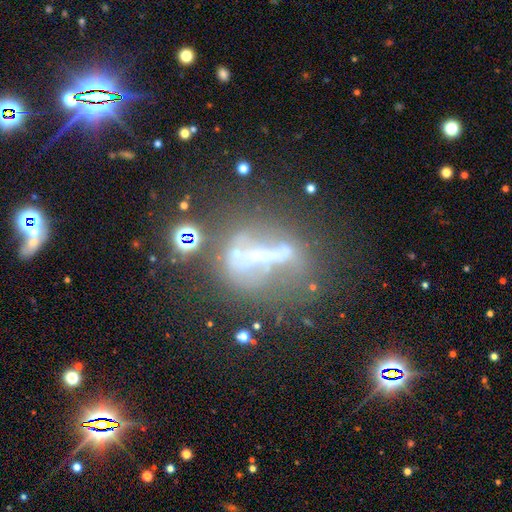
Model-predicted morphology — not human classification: The model was most divided on "merging": none: 43%, major disturbance: 26%, minor disturbance: 18%, merger: 14%. More confident: edge-on disk — no (66%); smooth or featured — featured or disk (55%).